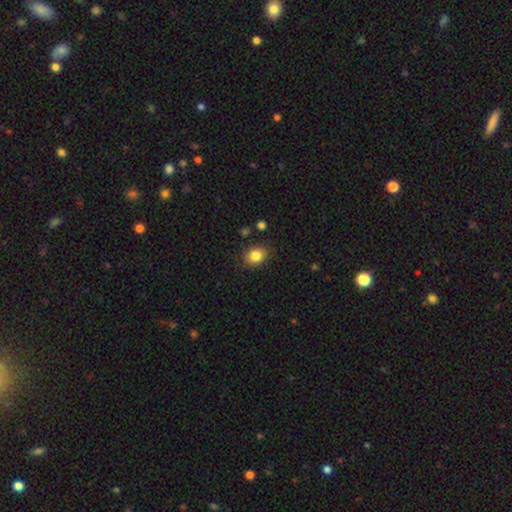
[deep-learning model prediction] This appears to be a smooth galaxy with no disk features (84%) that is in between round and cigar-shaped (52%). Merging: none (83%).